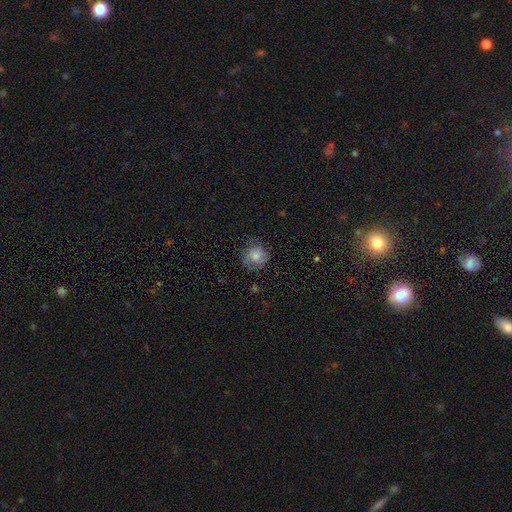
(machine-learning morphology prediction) smooth_or_featured: smooth (p=0.72) [alt: featured or disk p=0.20]
how_rounded: round (p=0.89) [alt: in between p=0.10]
merging: none (p=0.72) [alt: minor disturbance p=0.20]